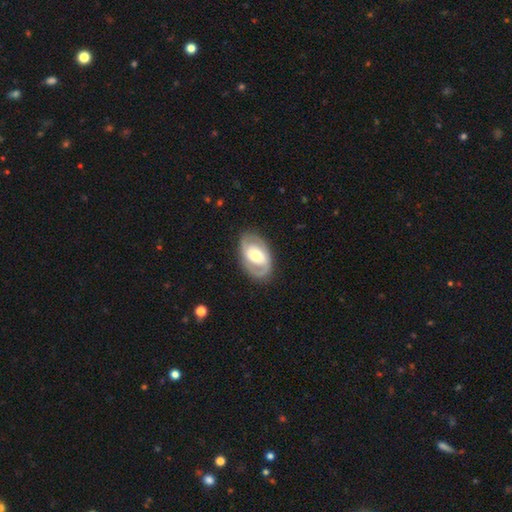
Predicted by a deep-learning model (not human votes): Q: Smooth or featured?
A: featured or disk (72%); runner-up: smooth (23%)
Q: Edge-on disk?
A: no (95%); runner-up: yes (5%)
Q: Bar?
A: no (46%); runner-up: weak (37%)
Q: Spiral arms?
A: yes (76%); runner-up: no (24%)
Q: Spiral winding?
A: medium (43%); runner-up: tight (39%)
Q: Spiral arm count?
A: 2 (79%); runner-up: can't tell (12%)
Q: Bulge size?
A: moderate (68%); runner-up: small (16%)
Q: Merging?
A: none (81%); runner-up: minor disturbance (12%)